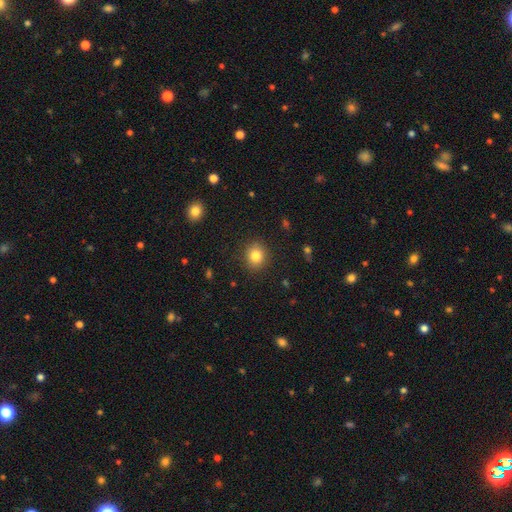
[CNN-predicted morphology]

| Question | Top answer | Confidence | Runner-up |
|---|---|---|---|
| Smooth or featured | smooth | 82% | star or artifact (11%) |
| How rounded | round | 78% | in between (21%) |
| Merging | none | 89% | minor disturbance (7%) |